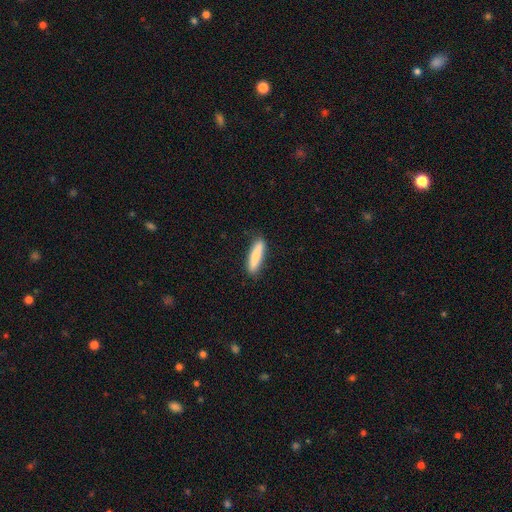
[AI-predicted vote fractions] A smooth galaxy with no disk features (82%) that is cigar-shaped (81%).

Vote fractions:
- Smooth or featured? smooth: 82% / featured or disk: 12% / star or artifact: 6%
- How rounded? cigar-shaped: 81% / in between: 18% / round: 1%
- Merging? none: 86% / minor disturbance: 11% / major disturbance: 2% / merger: 1%